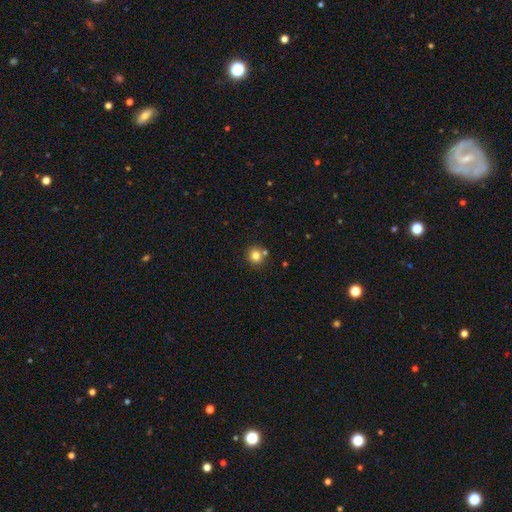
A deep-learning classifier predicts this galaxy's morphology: type=smooth (81%); roundness=round (89%); merging=none (75%).